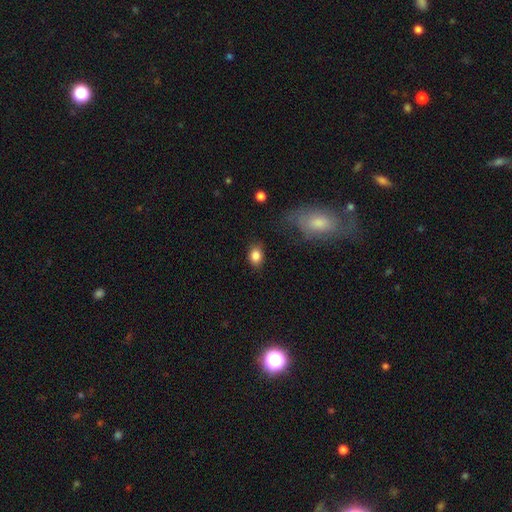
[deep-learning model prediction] Overall: smooth (85%). How rounded: in between (68%; round 30%). Merging: none (80%).